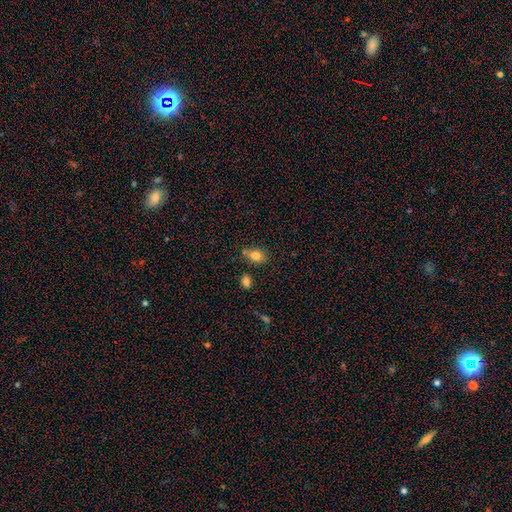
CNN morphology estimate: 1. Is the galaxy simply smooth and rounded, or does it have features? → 81% smooth, 11% star or artifact, 8% featured or disk.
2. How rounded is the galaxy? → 66% in between, 33% round, 2% cigar-shaped.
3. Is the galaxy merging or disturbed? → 63% none, 20% minor disturbance, 12% merger, 5% major disturbance.